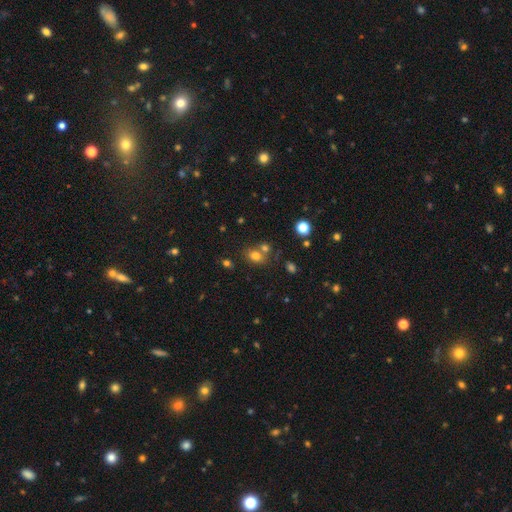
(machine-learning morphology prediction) A smooth galaxy with no disk features (73%) that is in between round and cigar-shaped (59%). Merging: none (54%).